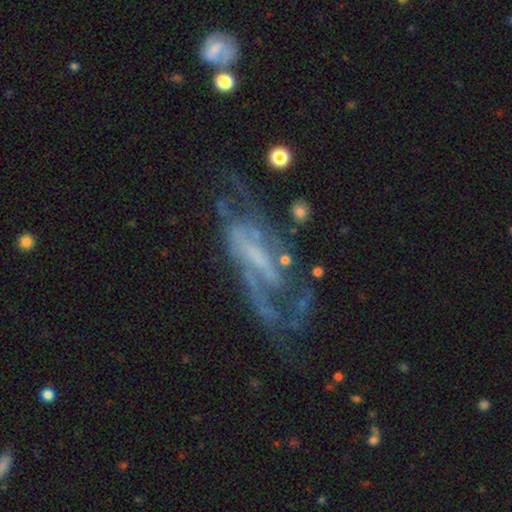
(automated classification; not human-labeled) The model was most divided on "bar": weak: 37%, strong: 33%, no: 30%. Remaining: edge-on disk — no (90%); spiral arms — yes (85%); smooth or featured — featured or disk (82%); spiral arm count — 2 (52%); bulge size — none (49%); merging — none (48%); spiral winding — medium (46%).